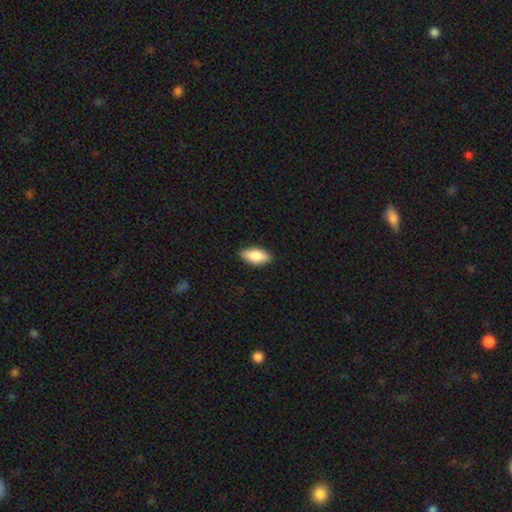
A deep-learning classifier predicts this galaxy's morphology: Smooth or featured: smooth — 79% (featured or disk — 15%)
How rounded: in between — 85% (cigar-shaped — 12%)
Merging: none — 86% (minor disturbance — 11%)